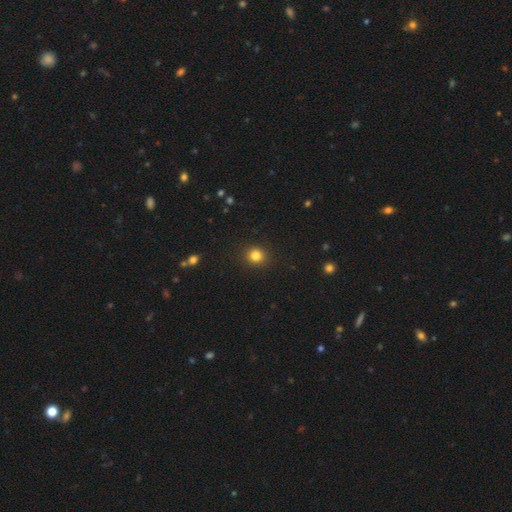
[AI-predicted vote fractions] A smooth galaxy with no disk features (83%) that is round (86%). Merging: none (91%).